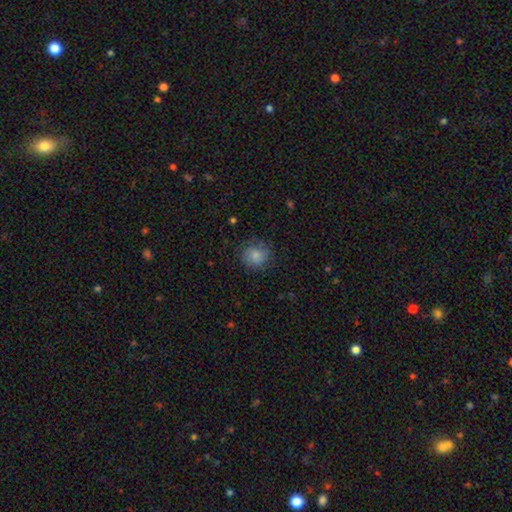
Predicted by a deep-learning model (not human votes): smooth_or_featured: smooth (p=0.77) [alt: featured or disk p=0.15]
how_rounded: round (p=0.87) [alt: in between p=0.12]
merging: none (p=0.76) [alt: minor disturbance p=0.16]